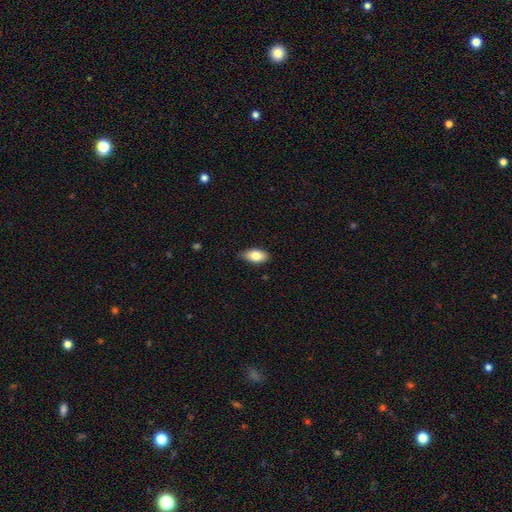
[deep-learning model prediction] Smooth or featured? smooth (80%)
How rounded? in between (91%)
Merging? none (78%)